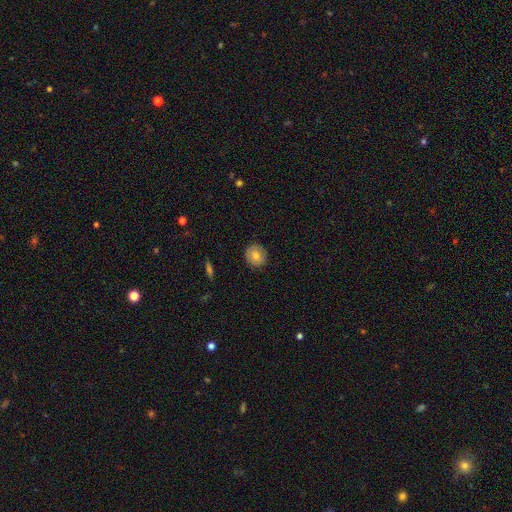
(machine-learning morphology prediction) Smooth or featured?
  - smooth: 73% *
  - featured or disk: 19%
  - star or artifact: 8%
How rounded?
  - round: 86% *
  - in between: 13%
  - cigar-shaped: 1%
Merging?
  - none: 88% *
  - minor disturbance: 9%
  - major disturbance: 2%
  - merger: 1%